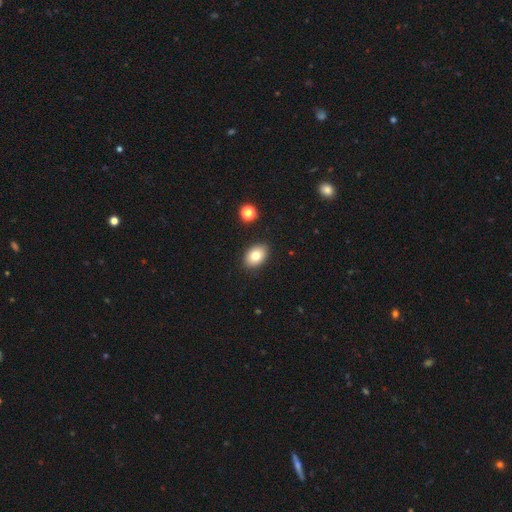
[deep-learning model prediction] A smooth galaxy with no disk features (80%) that is in between round and cigar-shaped (81%).

Vote fractions:
- Smooth or featured? smooth: 80% / featured or disk: 11% / star or artifact: 9%
- How rounded? in between: 81% / round: 18% / cigar-shaped: 1%
- Merging? none: 88% / minor disturbance: 8% / major disturbance: 2% / merger: 2%